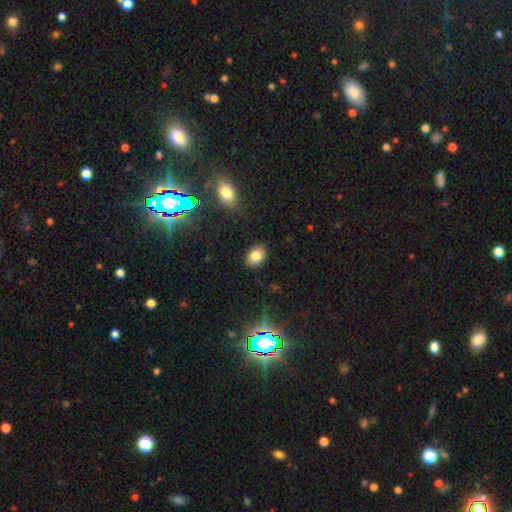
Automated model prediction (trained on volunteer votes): Morphology: type=smooth (81%); roundness=in between (79%); merging=none (87%).